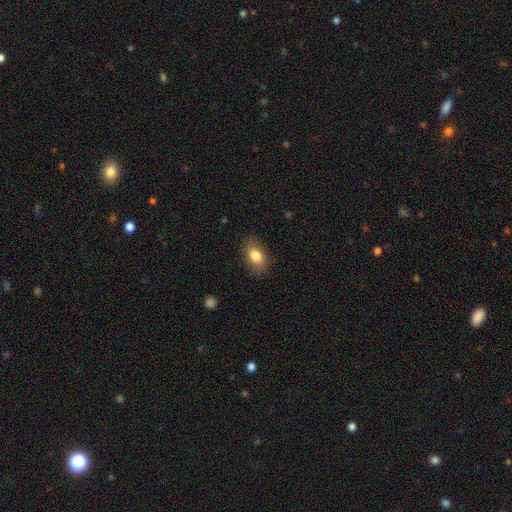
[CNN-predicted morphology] Smooth or featured?
  - smooth: 82% *
  - featured or disk: 11%
  - star or artifact: 8%
How rounded?
  - in between: 87% *
  - round: 11%
  - cigar-shaped: 2%
Merging?
  - none: 83% *
  - minor disturbance: 12%
  - major disturbance: 3%
  - merger: 1%